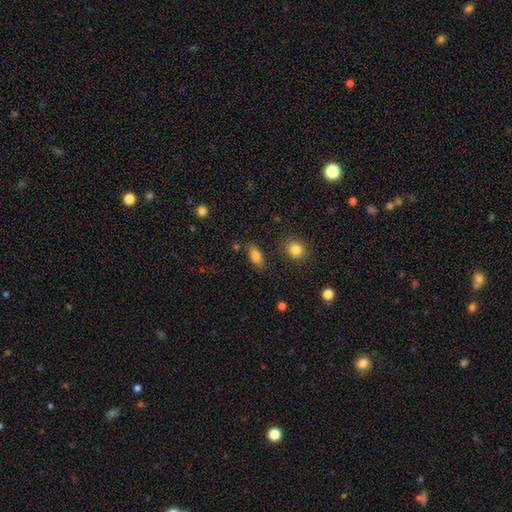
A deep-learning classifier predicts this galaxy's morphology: This appears to be a smooth galaxy with no disk features (81%) that is in between round and cigar-shaped (84%). Merging: none (76%).